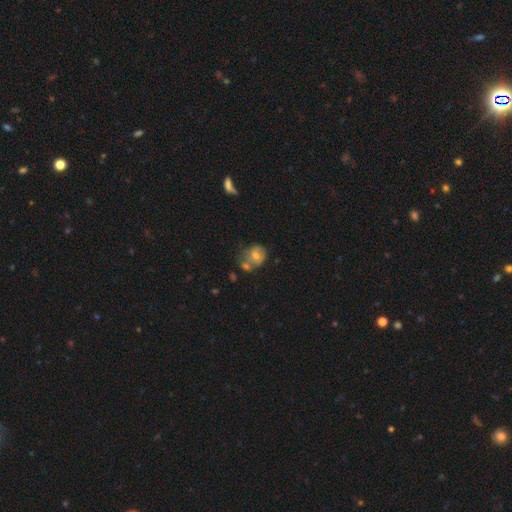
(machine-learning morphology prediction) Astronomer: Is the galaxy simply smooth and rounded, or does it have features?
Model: smooth — 59%.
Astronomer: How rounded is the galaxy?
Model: round — 66%.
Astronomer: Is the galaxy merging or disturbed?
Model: merger — 35%, tied with none at 35%.